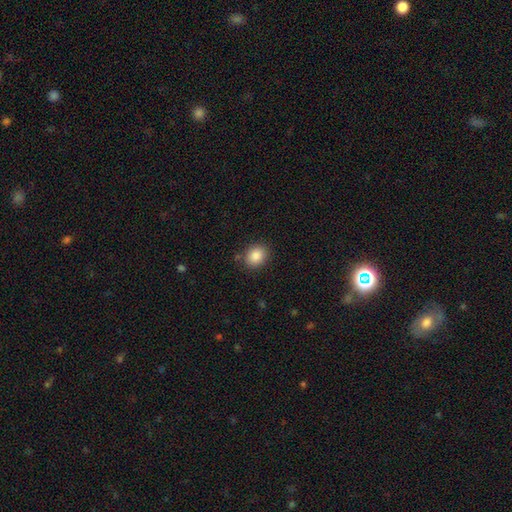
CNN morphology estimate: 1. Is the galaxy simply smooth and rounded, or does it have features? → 87% smooth, 9% star or artifact, 4% featured or disk.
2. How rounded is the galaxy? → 59% round, 40% in between, 1% cigar-shaped.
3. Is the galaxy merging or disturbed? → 84% none, 11% minor disturbance, 3% major disturbance, 2% merger.